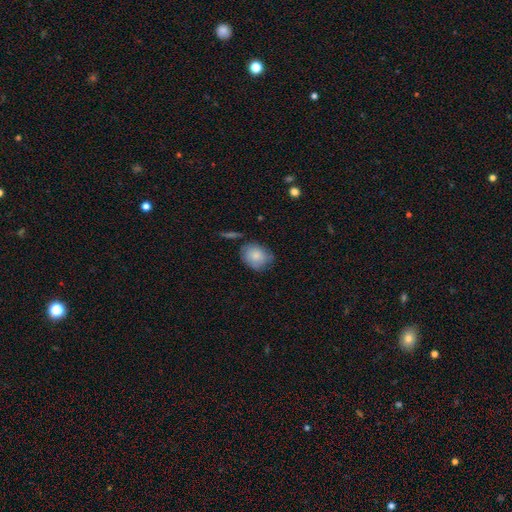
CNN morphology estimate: Smooth or featured?
  - smooth: 83% *
  - featured or disk: 10%
  - star or artifact: 7%
How rounded?
  - in between: 52% *
  - round: 47%
  - cigar-shaped: 1%
Merging?
  - none: 69% *
  - minor disturbance: 21%
  - major disturbance: 5%
  - merger: 4%